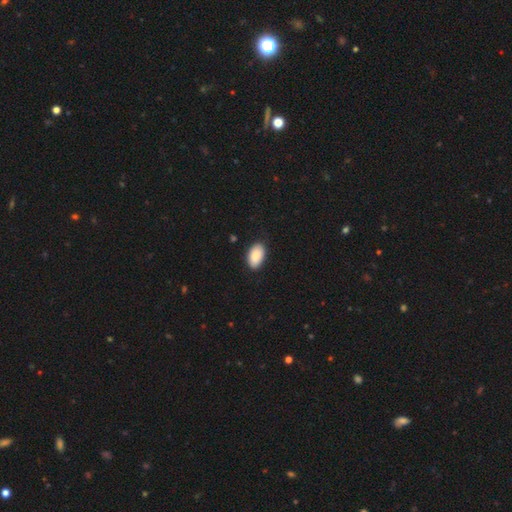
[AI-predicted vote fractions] Q: Smooth or featured?
A: smooth (90%); runner-up: star or artifact (6%)
Q: How rounded?
A: in between (95%); runner-up: round (4%)
Q: Merging?
A: none (87%); runner-up: minor disturbance (10%)